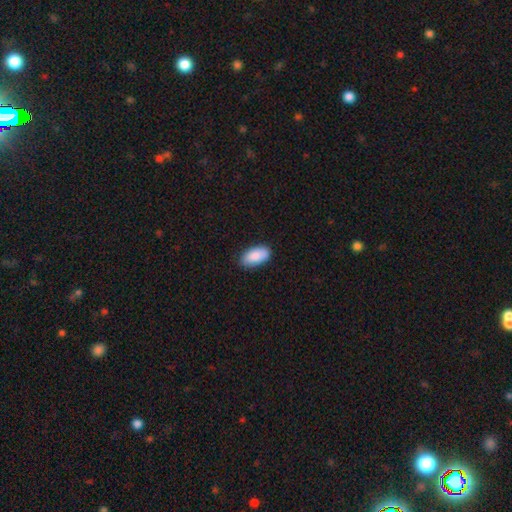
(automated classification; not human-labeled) Smooth or featured: smooth — 88% (featured or disk — 6%)
How rounded: in between — 94% (cigar-shaped — 3%)
Merging: none — 84% (minor disturbance — 13%)